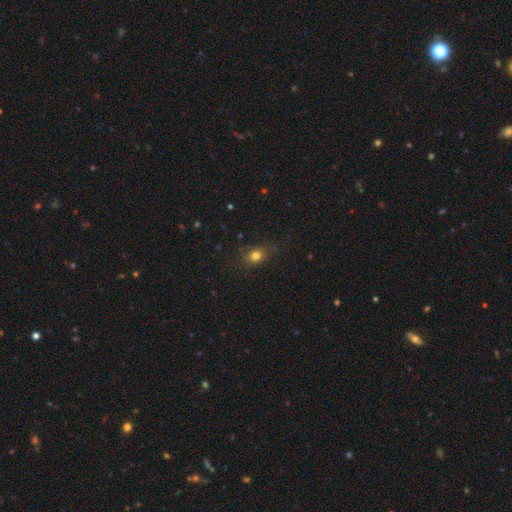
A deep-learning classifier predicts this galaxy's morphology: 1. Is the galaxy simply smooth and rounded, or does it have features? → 78% smooth, 13% star or artifact, 9% featured or disk.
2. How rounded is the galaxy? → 50% in between, 48% round, 2% cigar-shaped.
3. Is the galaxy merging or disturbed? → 76% none, 17% minor disturbance, 5% major disturbance, 1% merger.